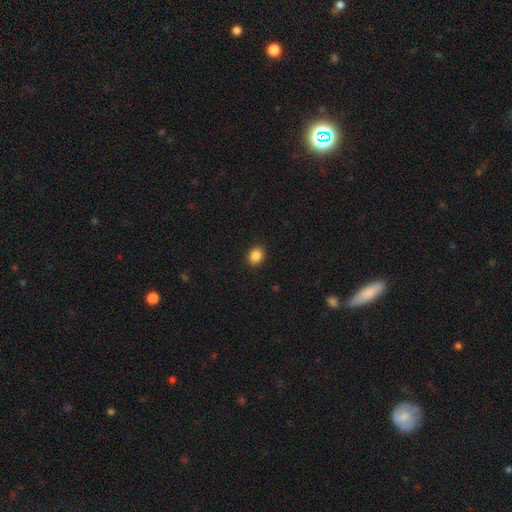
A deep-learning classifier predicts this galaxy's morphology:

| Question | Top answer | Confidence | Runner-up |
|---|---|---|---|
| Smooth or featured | smooth | 87% | star or artifact (9%) |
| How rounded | in between | 50% | round (49%) |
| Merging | none | 91% | minor disturbance (6%) |